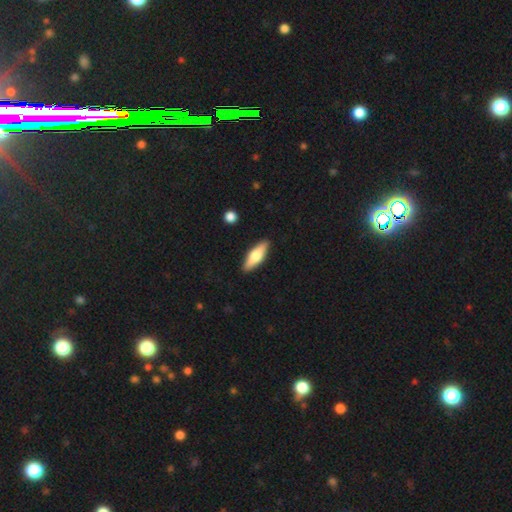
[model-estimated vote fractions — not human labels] Smooth or featured? Predicted: smooth (p=0.61). How rounded? Predicted: cigar-shaped (p=0.50). Merging? Predicted: none (p=0.89).